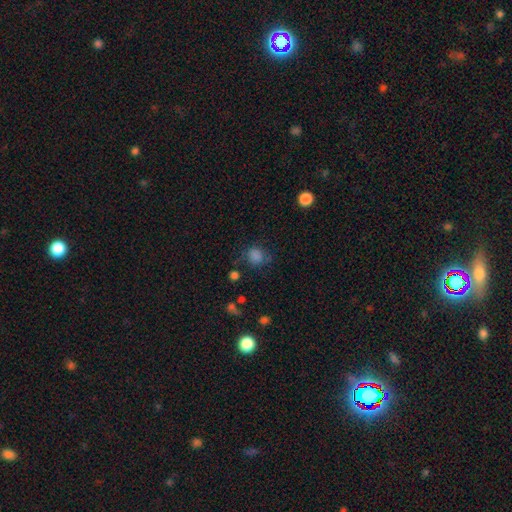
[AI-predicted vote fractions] Smooth or featured? smooth (77%)
How rounded? round (78%)
Merging? none (64%)